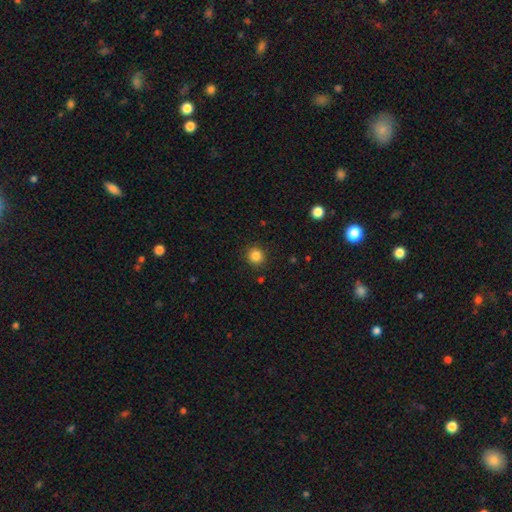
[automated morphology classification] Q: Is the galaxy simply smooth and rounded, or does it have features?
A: smooth — 85%.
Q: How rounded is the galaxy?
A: round — 93%.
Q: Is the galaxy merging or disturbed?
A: none — 91%.